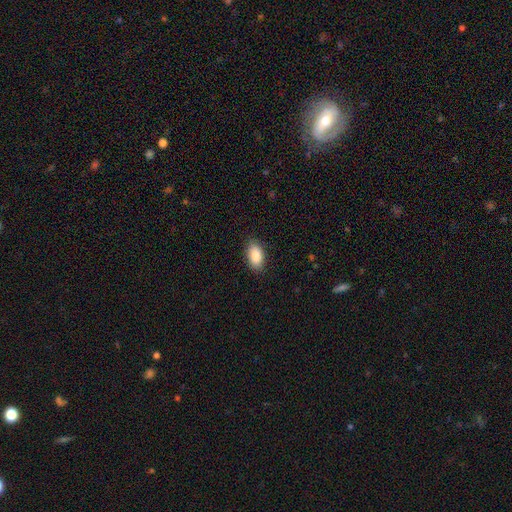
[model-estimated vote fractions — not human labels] This is clearly a smooth galaxy (90%). How rounded: clearly in between (93%). Merging: clearly none (87%).